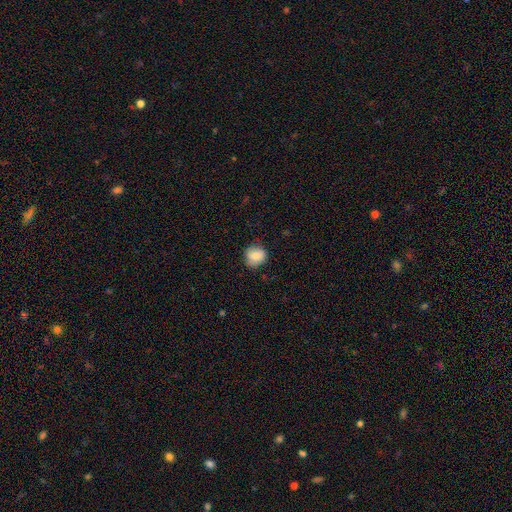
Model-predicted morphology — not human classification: smooth_or_featured: smooth (p=0.84) [alt: star or artifact p=0.08]
how_rounded: round (p=0.85) [alt: in between p=0.14]
merging: none (p=0.80) [alt: minor disturbance p=0.16]